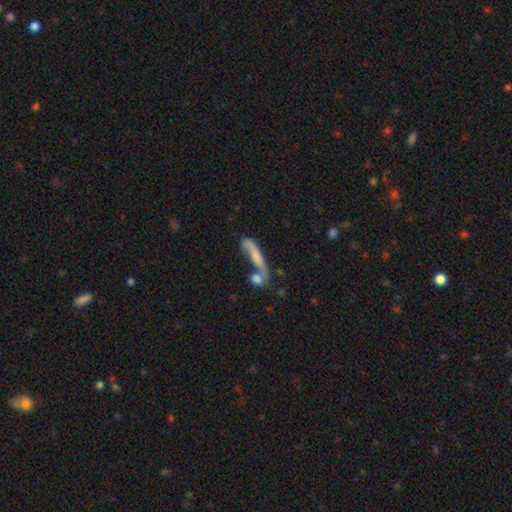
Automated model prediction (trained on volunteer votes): Overall: smooth (57%; featured or disk 34%). How rounded: cigar-shaped (76%). Merging: merger (43%; none 30%).